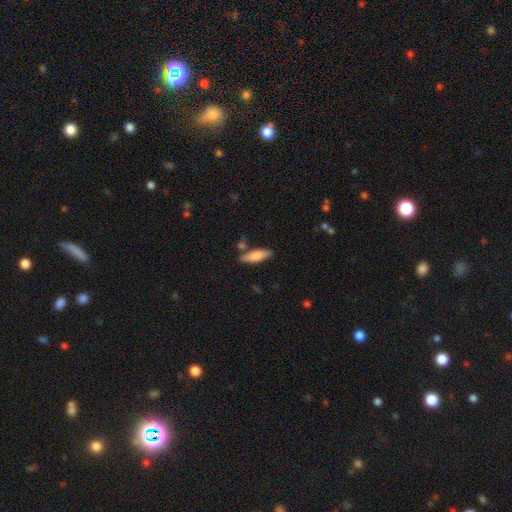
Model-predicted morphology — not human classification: smooth 78%, featured or disk 16%, star or artifact 6%. Down the decision tree: how rounded — in between (50%); merging — none (75%).